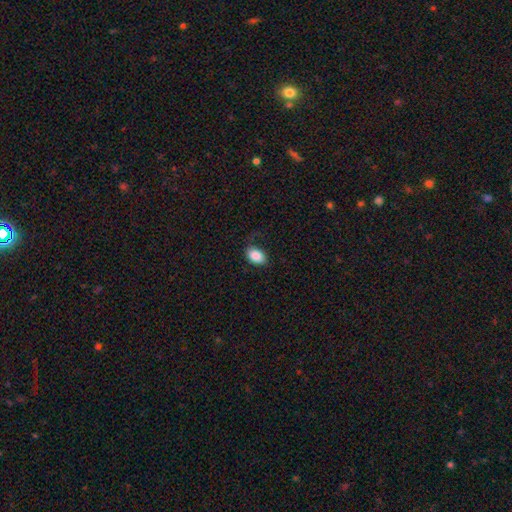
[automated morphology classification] Q: Smooth or featured?
A: smooth (86%); runner-up: star or artifact (8%)
Q: How rounded?
A: in between (86%); runner-up: round (13%)
Q: Merging?
A: none (70%); runner-up: minor disturbance (20%)